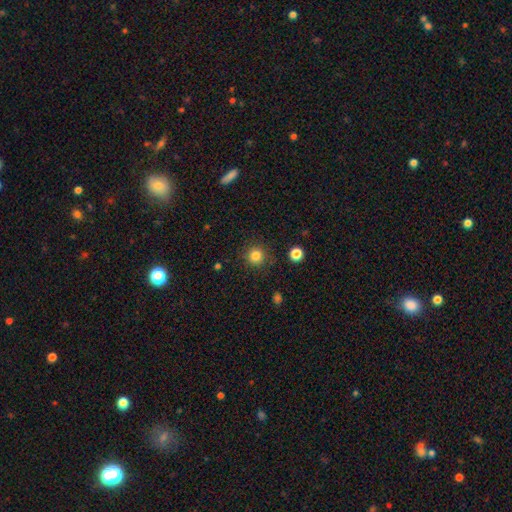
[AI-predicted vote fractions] Smooth or featured? Predicted: smooth (p=0.83). How rounded? Predicted: round (p=0.94). Merging? Predicted: none (p=0.88).